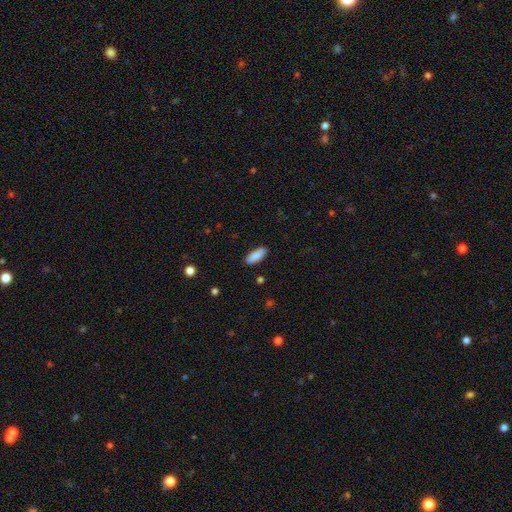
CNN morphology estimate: smooth-or-featured: smooth: 89% | star or artifact: 6% | featured or disk: 5%
  how-rounded: in between: 77% | cigar-shaped: 21% | round: 2%
  merging: none: 89% | minor disturbance: 8% | major disturbance: 2% | merger: 1%